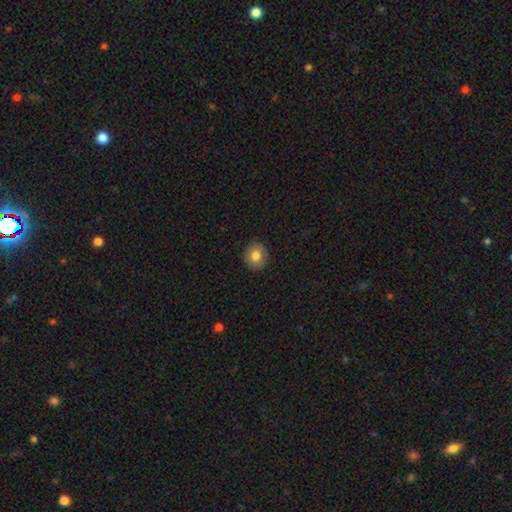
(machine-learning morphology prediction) Smooth or featured?
  - smooth: 80% *
  - featured or disk: 11%
  - star or artifact: 9%
How rounded?
  - round: 89% *
  - in between: 10%
  - cigar-shaped: 1%
Merging?
  - none: 89% *
  - minor disturbance: 8%
  - major disturbance: 2%
  - merger: 1%